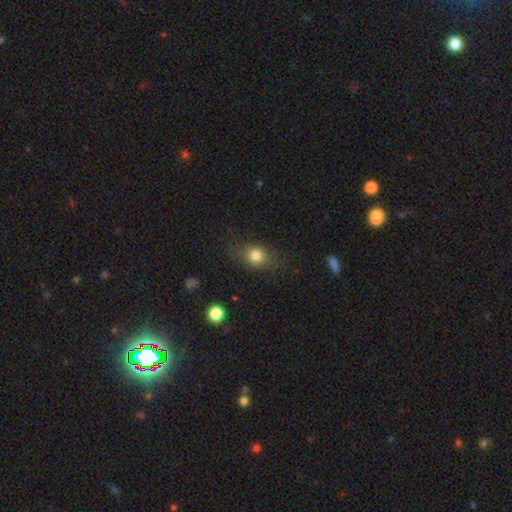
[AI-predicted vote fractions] Smooth or featured: smooth — 80% (star or artifact — 11%)
How rounded: round — 56% (in between — 43%)
Merging: none — 76% (minor disturbance — 16%)